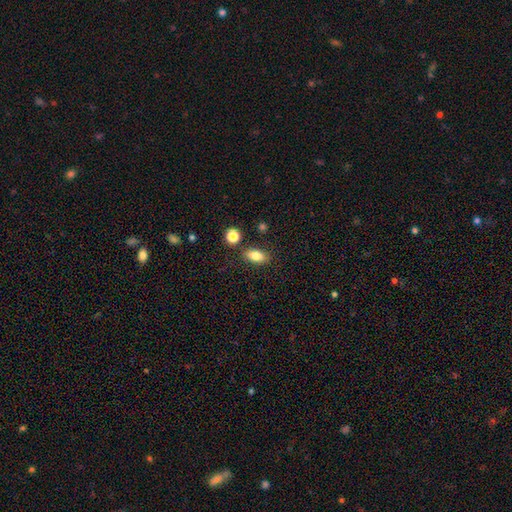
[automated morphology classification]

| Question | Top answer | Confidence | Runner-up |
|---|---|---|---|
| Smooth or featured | smooth | 81% | featured or disk (10%) |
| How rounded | in between | 84% | cigar-shaped (9%) |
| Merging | none | 83% | minor disturbance (10%) |